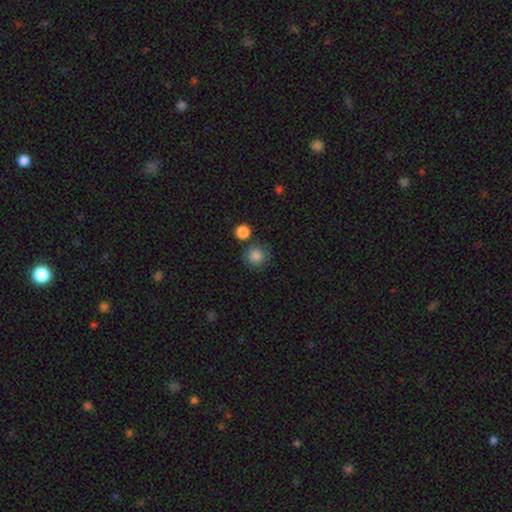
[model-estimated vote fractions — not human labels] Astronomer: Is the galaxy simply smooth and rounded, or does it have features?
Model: smooth — 85%.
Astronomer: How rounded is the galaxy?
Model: round — 90%.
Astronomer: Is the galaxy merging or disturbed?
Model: none — 75%.